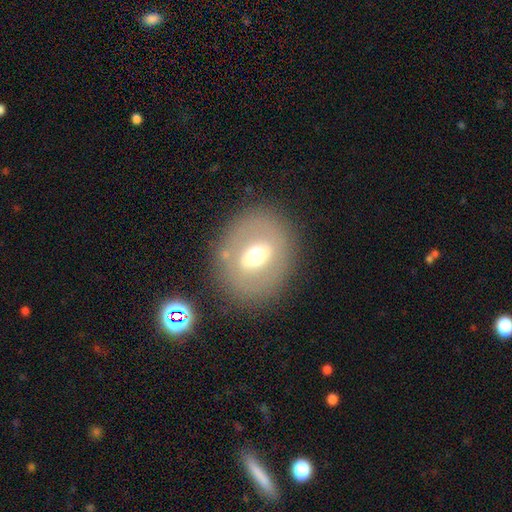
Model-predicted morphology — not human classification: A featured or disk galaxy (49%). Merging: none (80%).